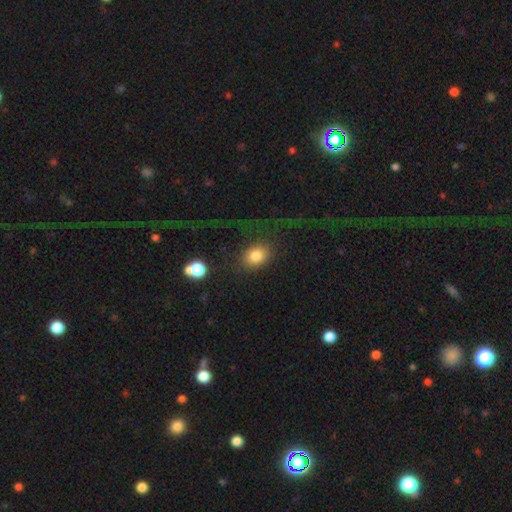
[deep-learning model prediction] Smooth or featured?
  - smooth: 80% *
  - star or artifact: 10%
  - featured or disk: 9%
How rounded?
  - in between: 63% *
  - round: 35%
  - cigar-shaped: 1%
Merging?
  - none: 74% *
  - minor disturbance: 12%
  - major disturbance: 10%
  - merger: 3%